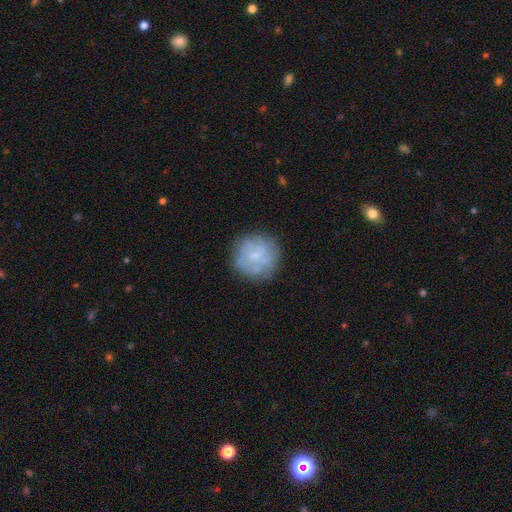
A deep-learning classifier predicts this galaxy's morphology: Overall: smooth (54%; featured or disk 38%). How rounded: round (92%). Merging: none (73%).